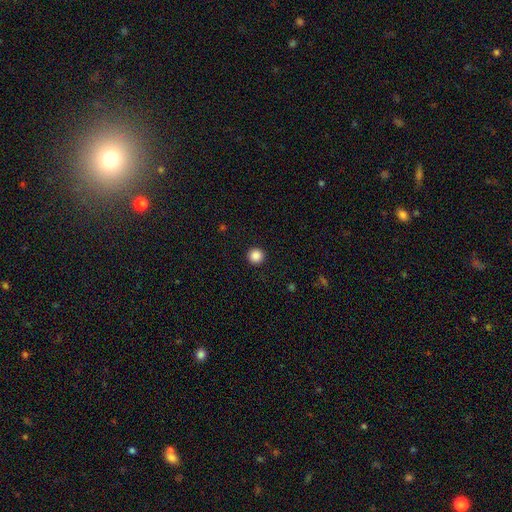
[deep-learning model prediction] The model was most divided on "smooth or featured": smooth: 87%, star or artifact: 10%, featured or disk: 3%. More confident: how rounded — round (96%); merging — none (94%).